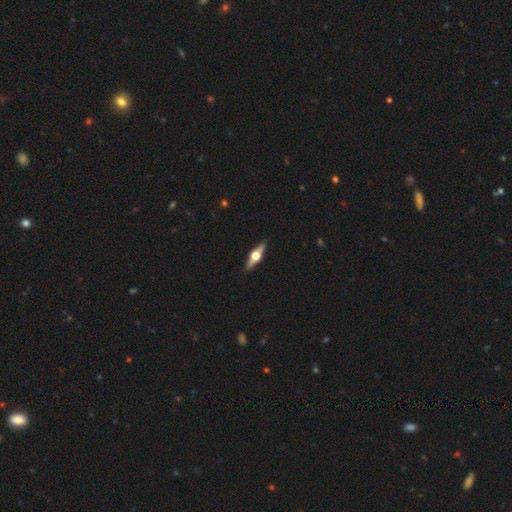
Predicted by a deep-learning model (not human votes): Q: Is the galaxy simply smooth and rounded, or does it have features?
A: featured or disk — 72%.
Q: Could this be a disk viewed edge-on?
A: yes — 97%.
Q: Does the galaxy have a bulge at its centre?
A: rounded — 96%.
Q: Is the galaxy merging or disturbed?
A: none — 91%.